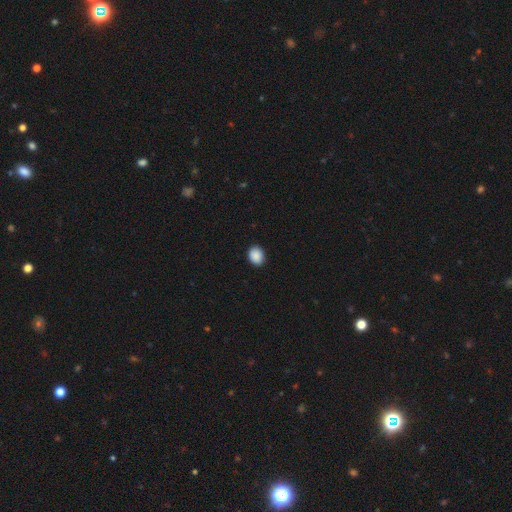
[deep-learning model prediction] Overall: smooth (89%). How rounded: in between (55%; round 44%). Merging: none (90%).